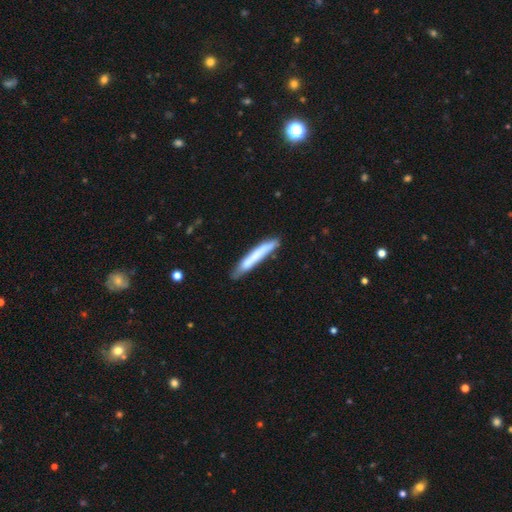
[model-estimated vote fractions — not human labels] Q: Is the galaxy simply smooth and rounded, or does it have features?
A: smooth — 68%.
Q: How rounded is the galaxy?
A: cigar-shaped — 95%.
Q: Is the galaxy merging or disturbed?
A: none — 73%.